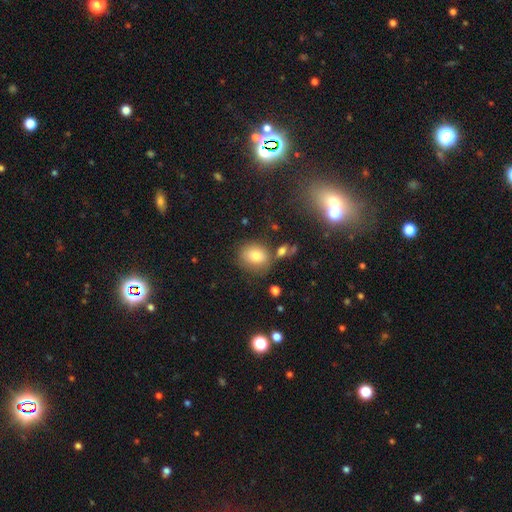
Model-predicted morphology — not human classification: Smooth or featured?
  - smooth: 78% *
  - star or artifact: 11%
  - featured or disk: 11%
How rounded?
  - round: 57% *
  - in between: 42%
  - cigar-shaped: 1%
Merging?
  - none: 67% *
  - minor disturbance: 17%
  - merger: 10%
  - major disturbance: 6%